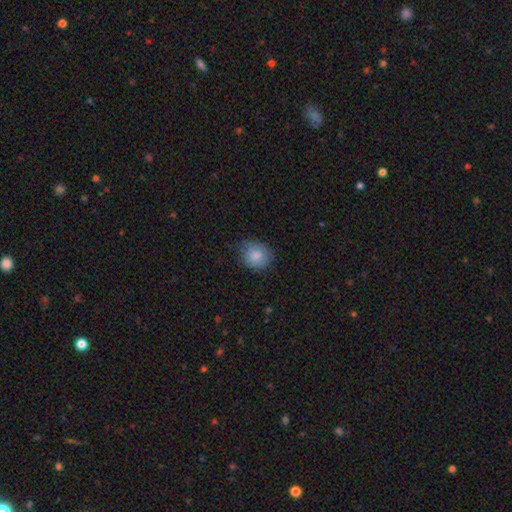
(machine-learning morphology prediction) Overall: smooth (84%). How rounded: round (72%). Merging: none (74%).